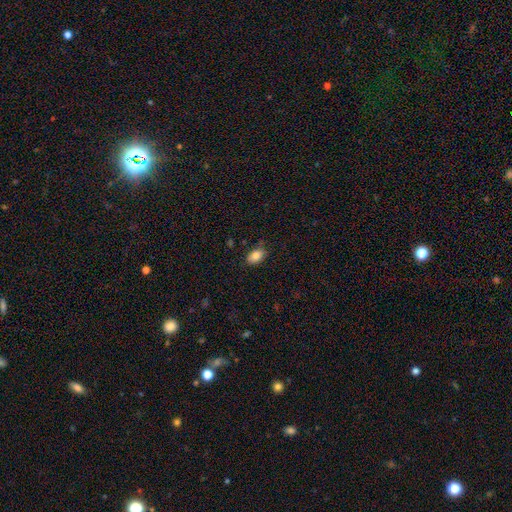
Overall: smooth (77%). How rounded: in between (87%). Merging: none (81%).